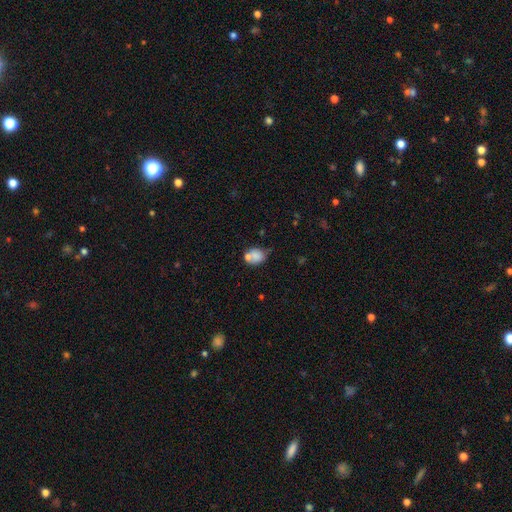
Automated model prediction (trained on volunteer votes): Smooth or featured: smooth — 77% (featured or disk — 14%)
How rounded: round — 52% (in between — 47%)
Merging: none — 44% (merger — 28%)